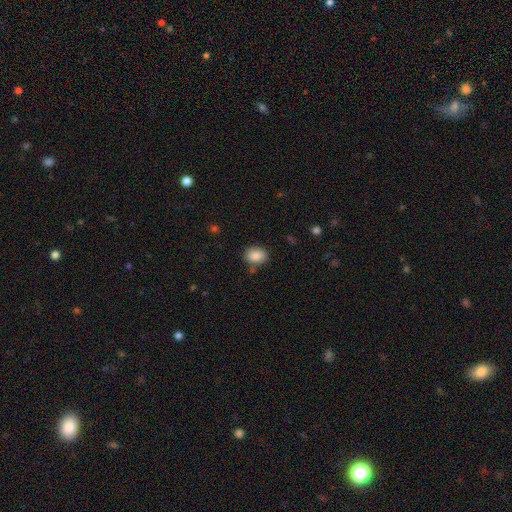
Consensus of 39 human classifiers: A smooth galaxy with no disk features (90%) that is in between round and cigar-shaped (63%). Merging: none (78%).